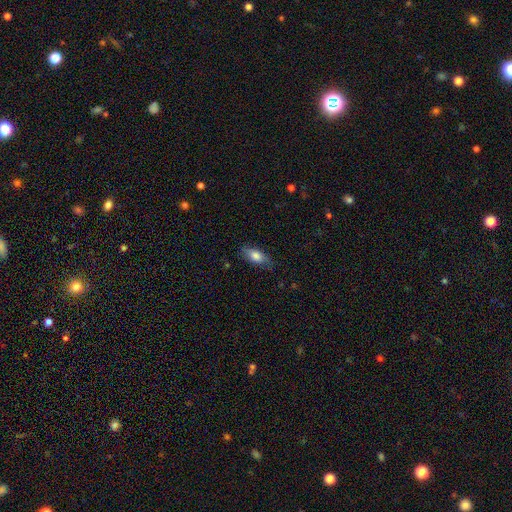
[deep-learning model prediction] smooth 77%, featured or disk 16%, star or artifact 7%. Down the decision tree: how rounded — in between (80%); merging — none (78%).